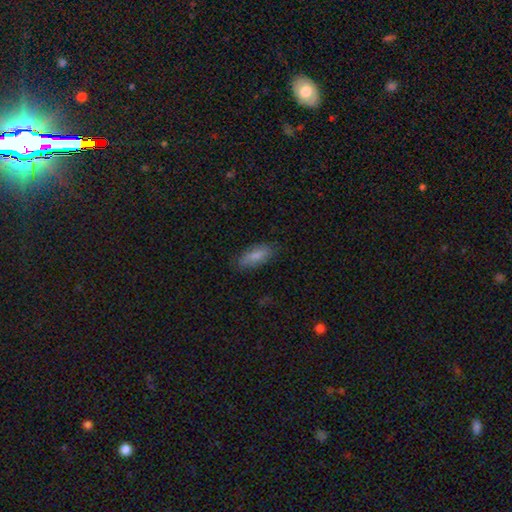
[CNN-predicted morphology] Smooth or featured? smooth (83%)
How rounded? in between (78%)
Merging? none (79%)